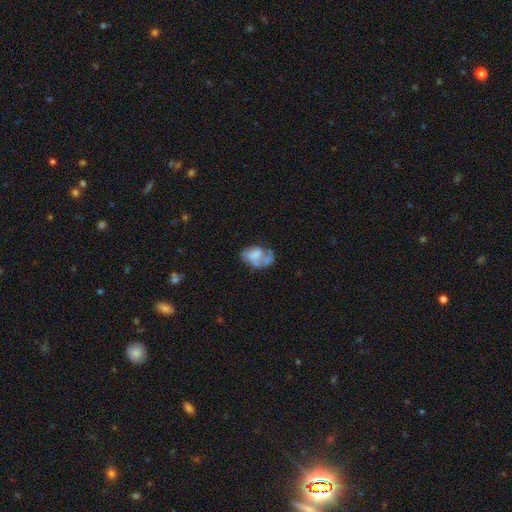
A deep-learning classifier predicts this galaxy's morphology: This is possibly a featured or disk galaxy (48%). Merging: marginally major disturbance (32%).